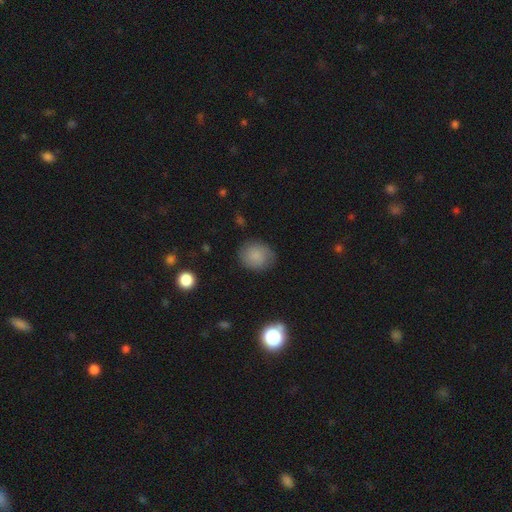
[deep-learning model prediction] Overall: smooth (79%). How rounded: round (72%). Merging: none (80%).